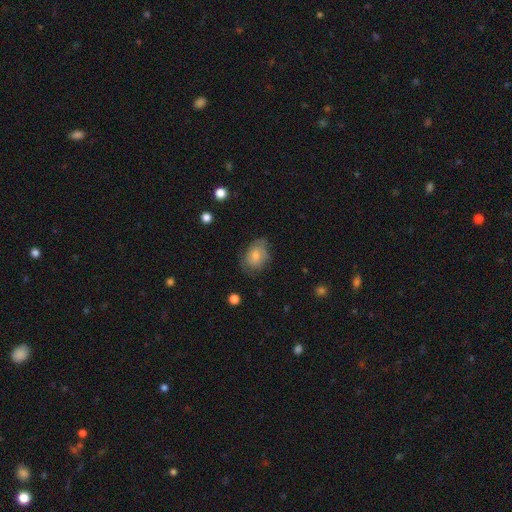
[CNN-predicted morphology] smooth 63%, featured or disk 29%, star or artifact 8%. Down the decision tree: how rounded — in between (70%); merging — none (61%).